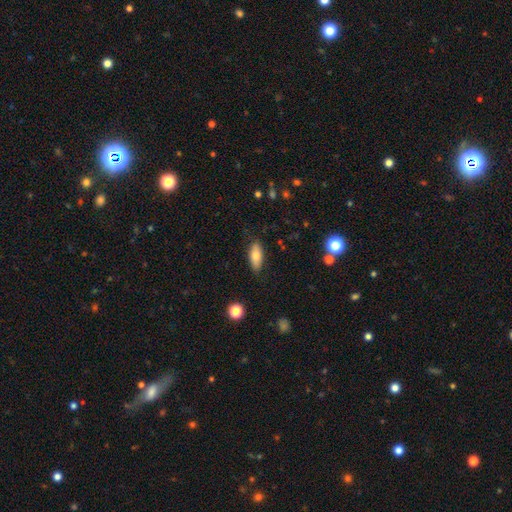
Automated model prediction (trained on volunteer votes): smooth 76%, featured or disk 16%, star or artifact 7%. Down the decision tree: how rounded — in between (81%); merging — none (84%).